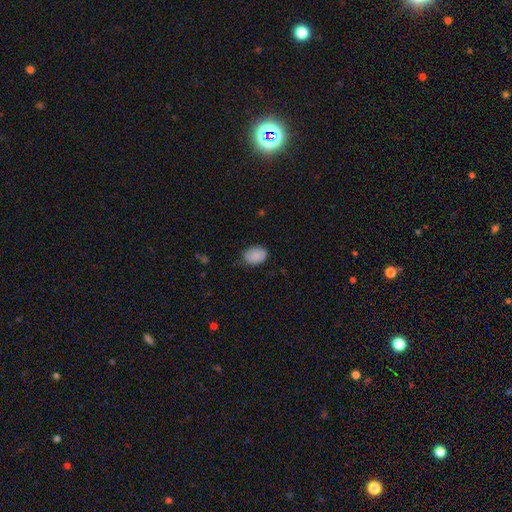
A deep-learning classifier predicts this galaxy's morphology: smooth 87%, star or artifact 8%, featured or disk 5%. Down the decision tree: how rounded — in between (79%); merging — none (74%).